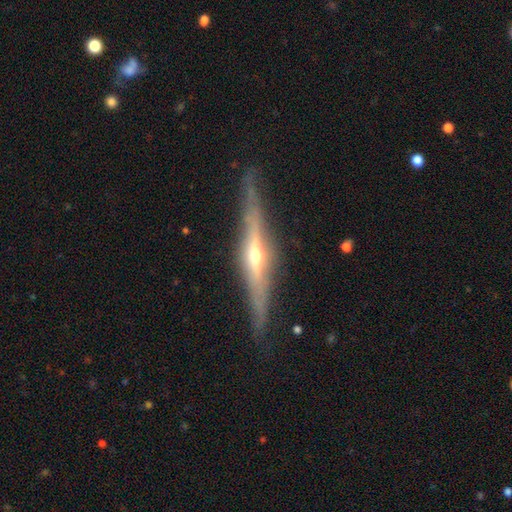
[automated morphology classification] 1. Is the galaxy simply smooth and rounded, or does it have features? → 83% featured or disk, 11% smooth, 6% star or artifact.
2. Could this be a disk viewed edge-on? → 97% yes, 3% no.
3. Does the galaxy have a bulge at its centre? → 83% rounded, 9% none, 8% boxy.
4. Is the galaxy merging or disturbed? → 85% none, 11% minor disturbance, 2% major disturbance, 1% merger.